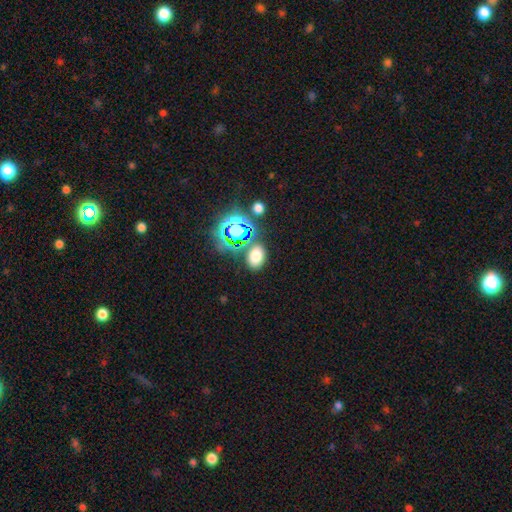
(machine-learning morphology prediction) Smooth or featured? Predicted: smooth (p=0.69). How rounded? Predicted: in between (p=0.76). Merging? Predicted: none (p=0.77).